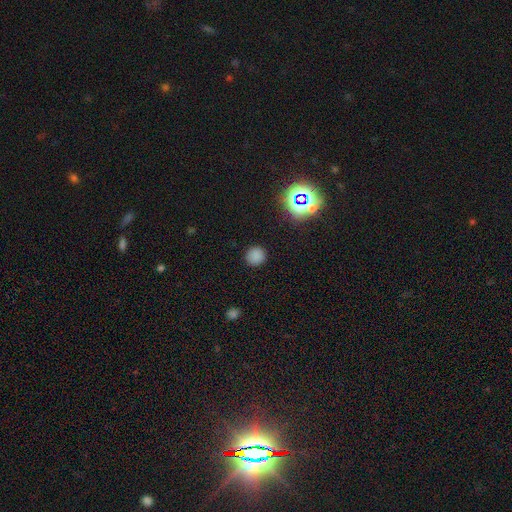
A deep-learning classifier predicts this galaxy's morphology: smooth 78%, star or artifact 18%, featured or disk 4%. Down the decision tree: how rounded — round (92%); merging — none (90%).